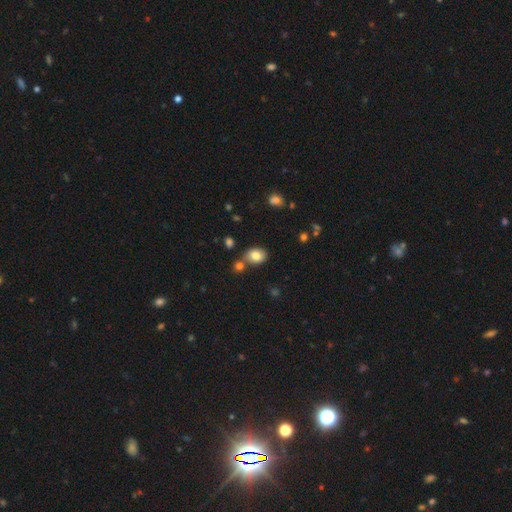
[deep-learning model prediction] Q: Smooth or featured?
A: smooth (82%); runner-up: featured or disk (9%)
Q: How rounded?
A: in between (72%); runner-up: round (27%)
Q: Merging?
A: none (67%); runner-up: merger (16%)